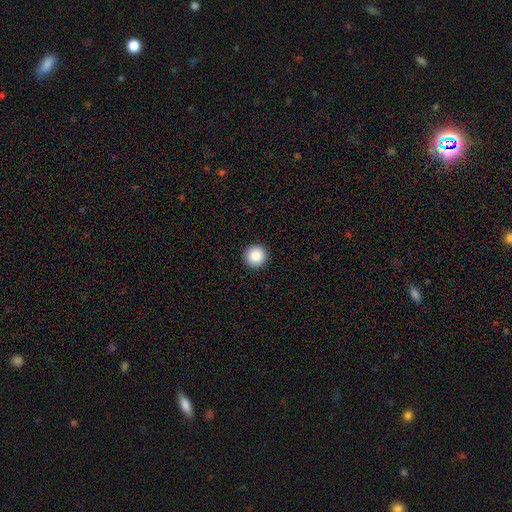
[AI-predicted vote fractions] Smooth or featured?
  - smooth: 86% *
  - star or artifact: 10%
  - featured or disk: 4%
How rounded?
  - round: 97% *
  - in between: 3%
  - cigar-shaped: 1%
Merging?
  - none: 94% *
  - minor disturbance: 4%
  - major disturbance: 1%
  - merger: 1%